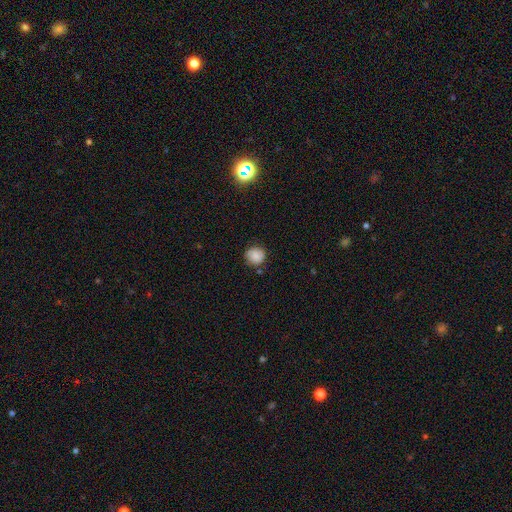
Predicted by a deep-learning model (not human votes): Q: Smooth or featured?
A: smooth (83%); runner-up: star or artifact (10%)
Q: How rounded?
A: round (88%); runner-up: in between (11%)
Q: Merging?
A: none (79%); runner-up: minor disturbance (15%)